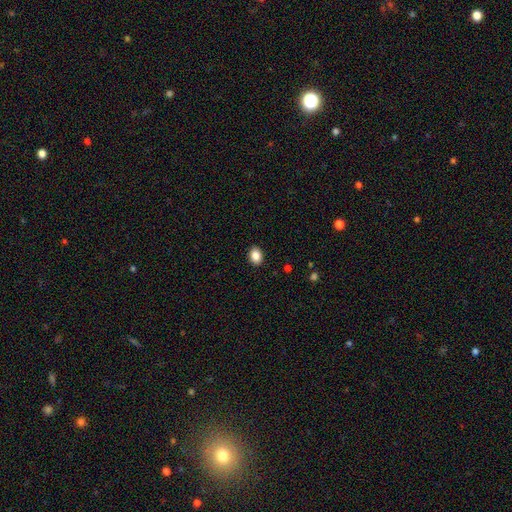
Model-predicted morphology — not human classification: Smooth or featured? smooth (87%)
How rounded? in between (67%)
Merging? none (91%)